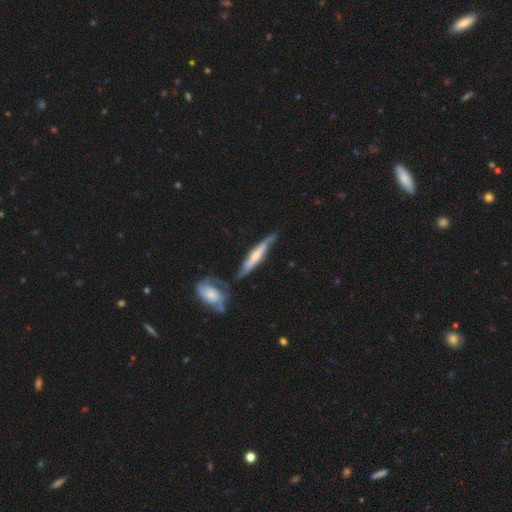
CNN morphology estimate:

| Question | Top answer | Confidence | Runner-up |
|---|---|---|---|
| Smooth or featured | featured or disk | 59% | smooth (37%) |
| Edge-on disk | yes | 70% | no (30%) |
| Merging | none | 56% | minor disturbance (22%) |